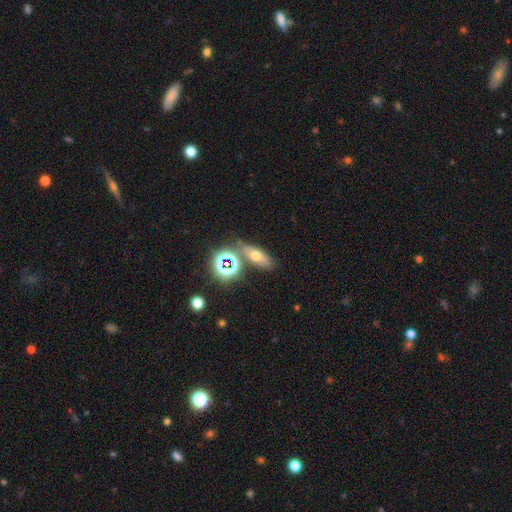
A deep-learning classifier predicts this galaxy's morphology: This appears to be a smooth galaxy with no disk features (57%) that is in between round and cigar-shaped (62%). Merging: none (70%).